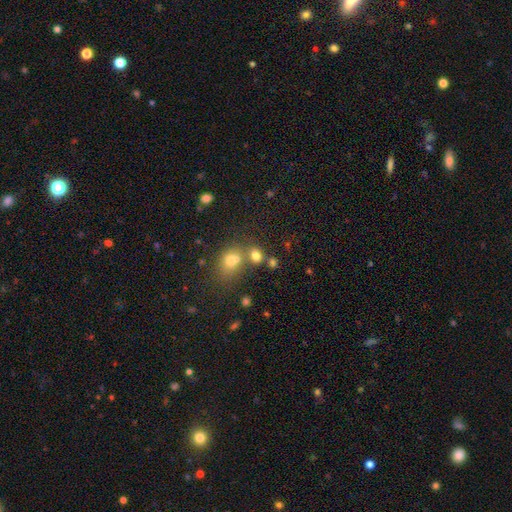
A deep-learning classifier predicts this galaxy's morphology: type=smooth (73%); roundness=round (55%); merging=none (48%).